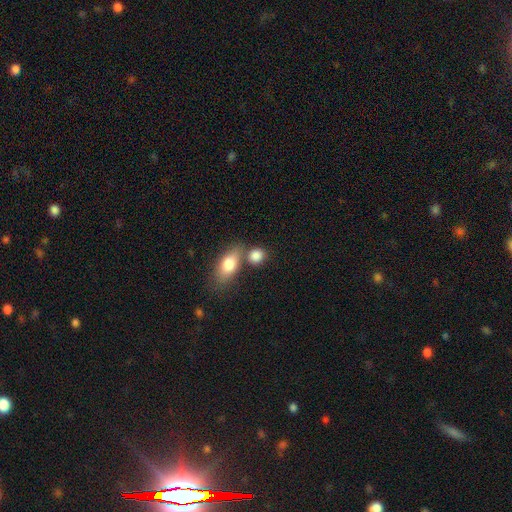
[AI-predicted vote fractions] A smooth galaxy with no disk features (85%) that is round (59%). Merging: none (53%).